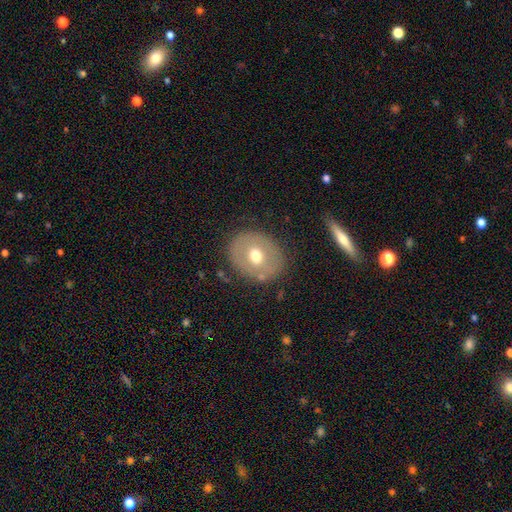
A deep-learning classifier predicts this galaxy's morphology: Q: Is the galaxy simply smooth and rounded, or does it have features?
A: smooth — 54%.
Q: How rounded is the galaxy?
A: round — 55%.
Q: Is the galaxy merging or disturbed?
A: none — 81%.